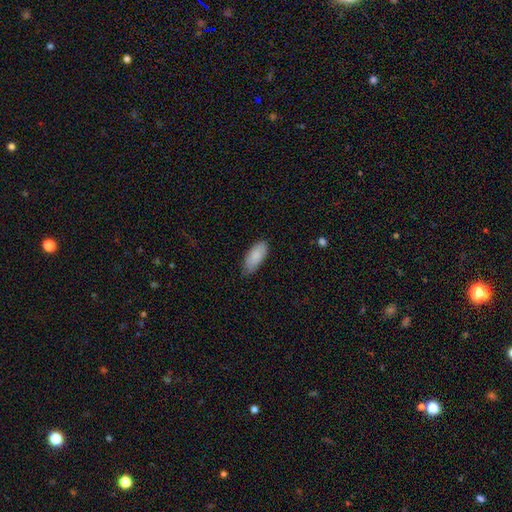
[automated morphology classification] A smooth galaxy with no disk features (85%) that is in between round and cigar-shaped (88%).

Vote fractions:
- Smooth or featured? smooth: 85% / featured or disk: 9% / star or artifact: 6%
- How rounded? in between: 88% / cigar-shaped: 11% / round: 2%
- Merging? none: 67% / minor disturbance: 28% / major disturbance: 4% / merger: 1%